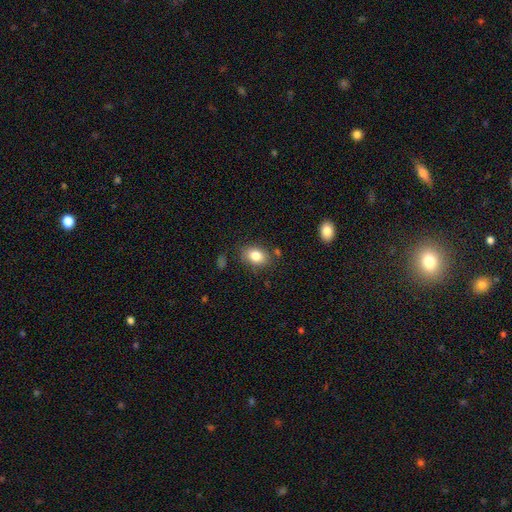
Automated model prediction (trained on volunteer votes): Smooth or featured? Predicted: smooth (p=0.82). How rounded? Predicted: in between (p=0.75). Merging? Predicted: none (p=0.79).